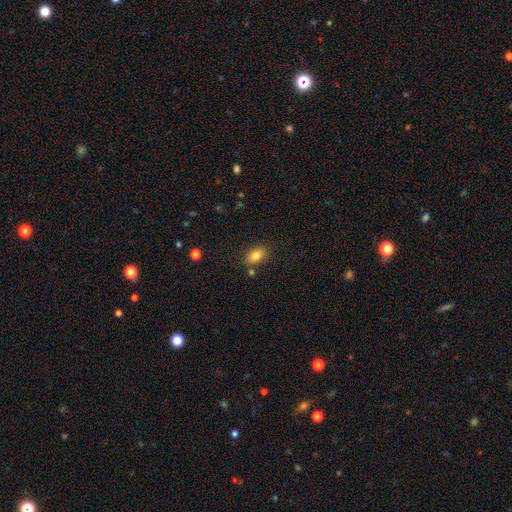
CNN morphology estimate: Smooth or featured?
  - smooth: 82% *
  - star or artifact: 9%
  - featured or disk: 9%
How rounded?
  - in between: 86% *
  - round: 11%
  - cigar-shaped: 2%
Merging?
  - none: 80% *
  - minor disturbance: 12%
  - merger: 6%
  - major disturbance: 3%